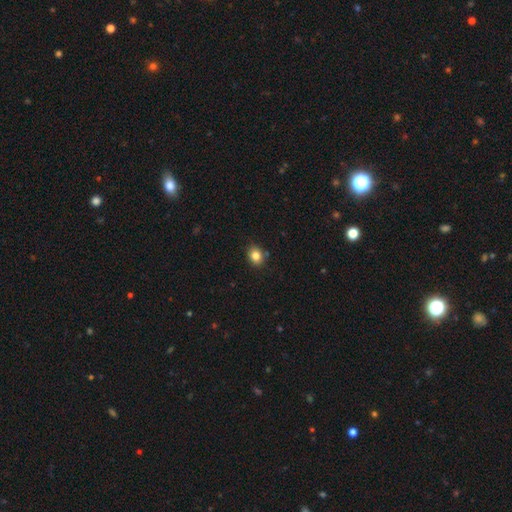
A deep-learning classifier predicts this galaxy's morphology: A smooth galaxy with no disk features (83%) that is round (55%).

Vote fractions:
- Smooth or featured? smooth: 83% / star or artifact: 11% / featured or disk: 6%
- How rounded? round: 55% / in between: 44% / cigar-shaped: 1%
- Merging? none: 84% / minor disturbance: 11% / merger: 3% / major disturbance: 2%